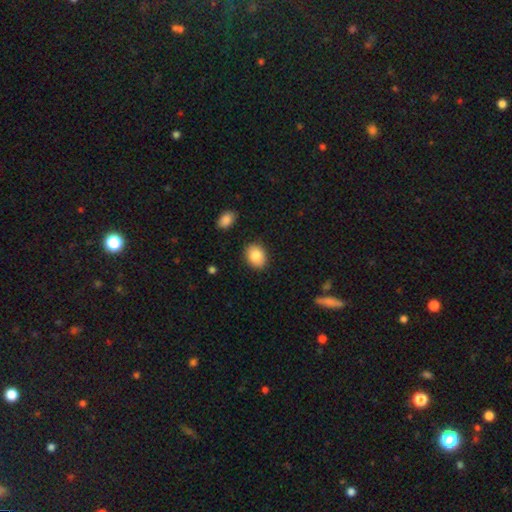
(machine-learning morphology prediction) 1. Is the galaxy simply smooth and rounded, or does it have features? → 85% smooth, 8% star or artifact, 7% featured or disk.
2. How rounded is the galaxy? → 55% in between, 44% round, 1% cigar-shaped.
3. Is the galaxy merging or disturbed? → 87% none, 9% minor disturbance, 2% major disturbance, 1% merger.